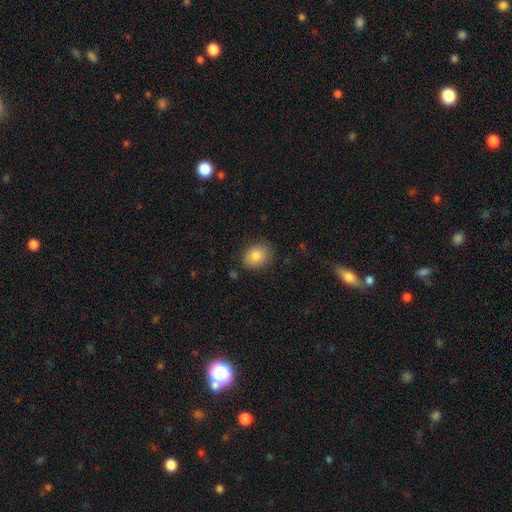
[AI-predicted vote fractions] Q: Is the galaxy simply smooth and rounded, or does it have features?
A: smooth — 84%.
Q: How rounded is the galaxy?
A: in between — 62%.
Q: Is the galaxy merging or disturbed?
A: none — 82%.